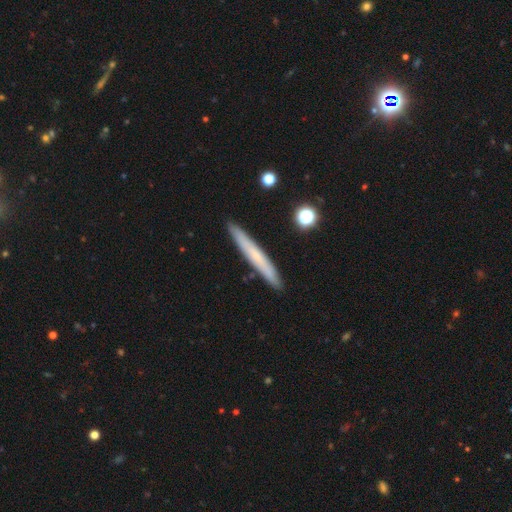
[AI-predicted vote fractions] The model was most divided on "smooth or featured": smooth: 55%, featured or disk: 39%, star or artifact: 7%. More confident: how rounded — cigar-shaped (96%); merging — none (89%).